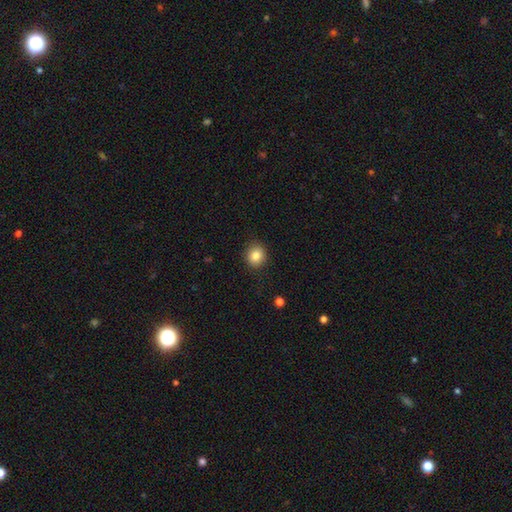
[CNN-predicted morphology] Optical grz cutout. It shows a smooth galaxy with no disk features (83%) that is round (80%). Merging: none (89%).